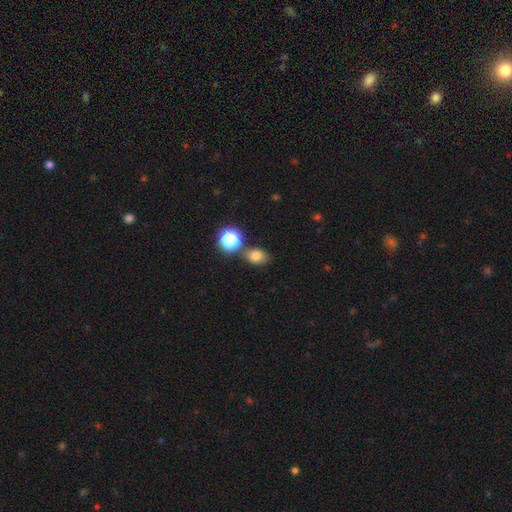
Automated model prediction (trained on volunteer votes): A smooth galaxy with no disk features (76%) that is in between round and cigar-shaped (62%).

Vote fractions:
- Smooth or featured? smooth: 76% / star or artifact: 16% / featured or disk: 8%
- How rounded? in between: 62% / round: 36% / cigar-shaped: 1%
- Merging? none: 71% / minor disturbance: 13% / merger: 12% / major disturbance: 4%